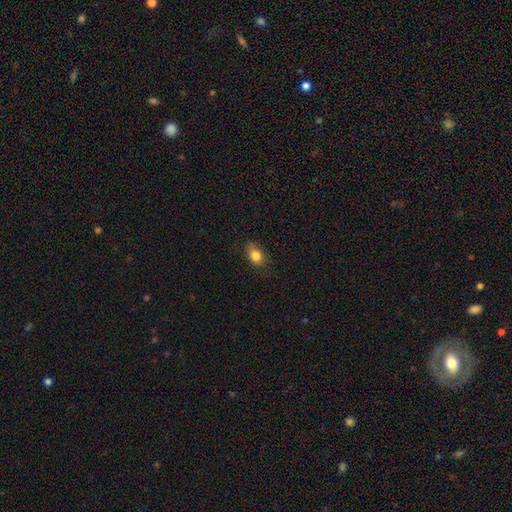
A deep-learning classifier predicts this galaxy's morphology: Q: Smooth or featured?
A: smooth (83%); runner-up: star or artifact (10%)
Q: How rounded?
A: in between (71%); runner-up: round (27%)
Q: Merging?
A: none (76%); runner-up: minor disturbance (19%)